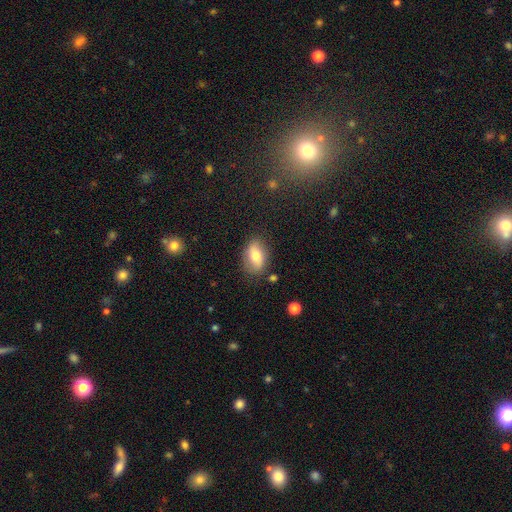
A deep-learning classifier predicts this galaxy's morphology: Smooth or featured? smooth (70%)
How rounded? in between (88%)
Merging? none (80%)